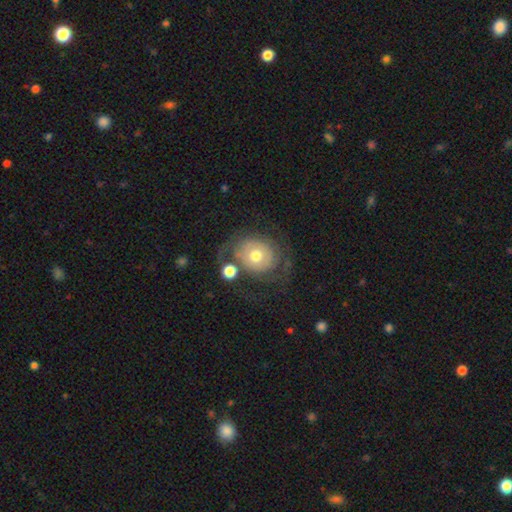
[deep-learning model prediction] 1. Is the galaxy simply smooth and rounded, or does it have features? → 59% featured or disk, 33% smooth, 8% star or artifact.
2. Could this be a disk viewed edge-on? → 97% no, 3% yes.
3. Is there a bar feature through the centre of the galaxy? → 84% no, 13% weak, 3% strong.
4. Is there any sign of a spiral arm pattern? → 61% yes, 39% no.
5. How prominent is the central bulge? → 73% moderate, 14% small, 10% large, 2% dominant, 1% none.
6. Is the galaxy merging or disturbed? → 49% none, 24% major disturbance, 18% minor disturbance, 9% merger.